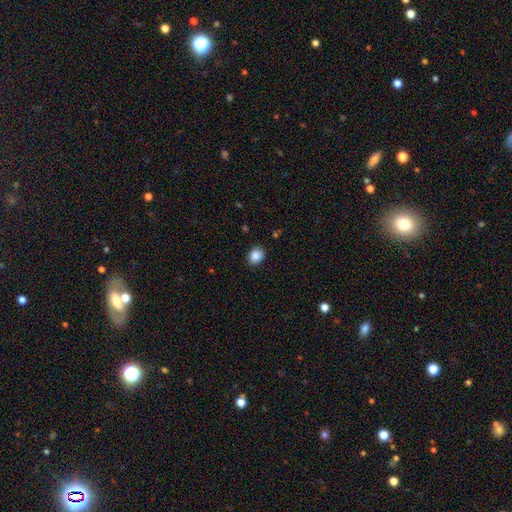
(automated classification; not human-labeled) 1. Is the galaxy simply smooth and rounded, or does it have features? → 88% smooth, 9% star or artifact, 3% featured or disk.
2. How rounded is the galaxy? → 55% round, 44% in between, 1% cigar-shaped.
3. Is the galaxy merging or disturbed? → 89% none, 8% minor disturbance, 2% major disturbance, 1% merger.